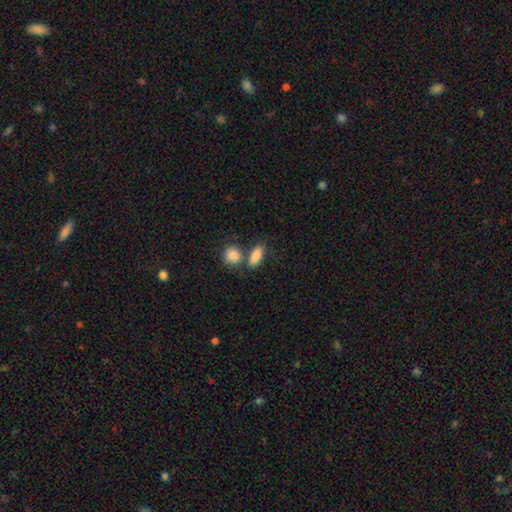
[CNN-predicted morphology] This appears to be a smooth galaxy with no disk features (87%) that is in between round and cigar-shaped (80%). Merging: none (51%).